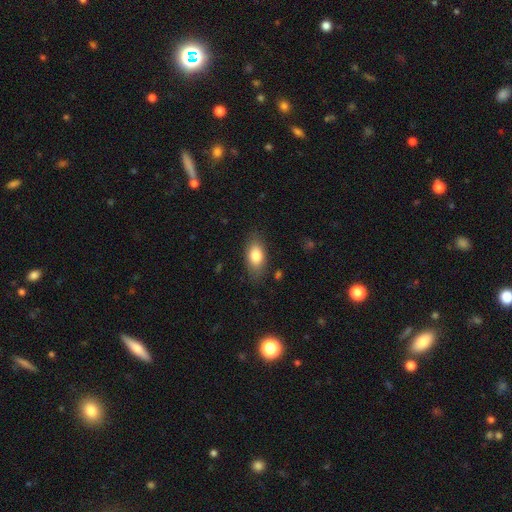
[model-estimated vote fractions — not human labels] Smooth or featured?
  - smooth: 81% *
  - featured or disk: 12%
  - star or artifact: 7%
How rounded?
  - in between: 89% *
  - round: 6%
  - cigar-shaped: 5%
Merging?
  - none: 80% *
  - minor disturbance: 14%
  - major disturbance: 4%
  - merger: 1%